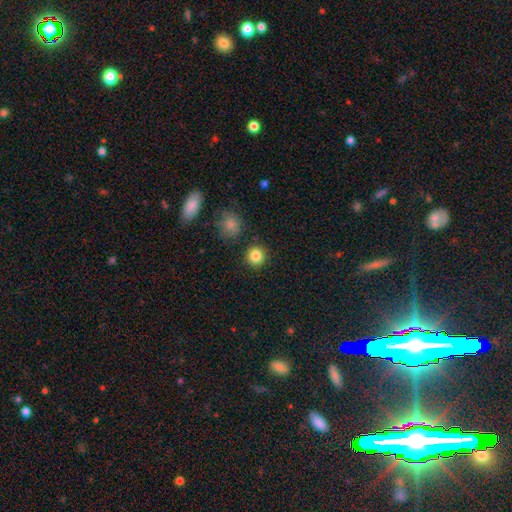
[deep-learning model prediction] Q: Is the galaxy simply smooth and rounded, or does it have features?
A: smooth — 85%.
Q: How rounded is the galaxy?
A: round — 92%.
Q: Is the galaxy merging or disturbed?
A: none — 89%.